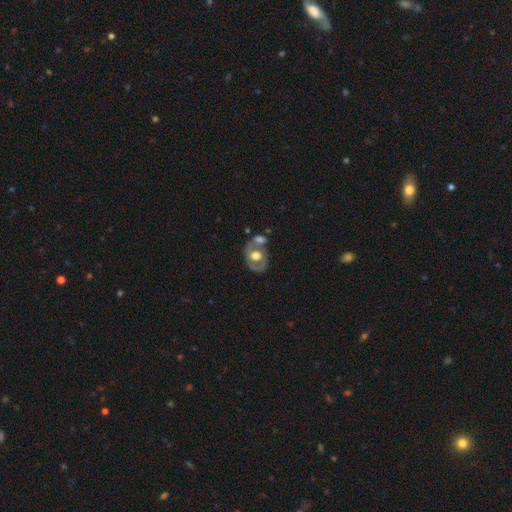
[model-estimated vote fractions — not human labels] featured or disk 62%, smooth 31%, star or artifact 7%. Down the decision tree: edge-on disk — no (95%); bar — no (66%); spiral arms — yes (52%); bulge size — moderate (46%); merging — none (42%).